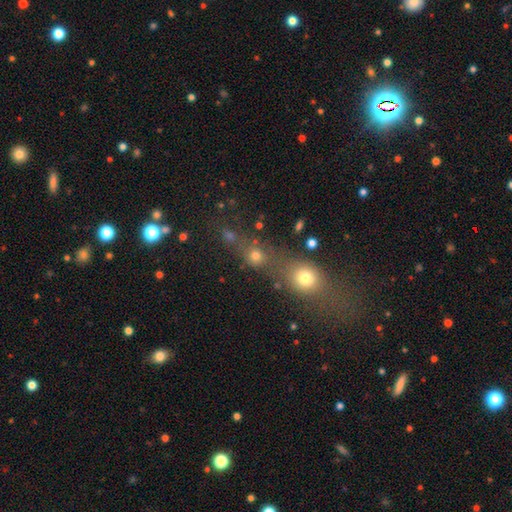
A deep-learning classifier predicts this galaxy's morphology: type=smooth (66%); roundness=round (75%); merging=merger (43%, tied with none).